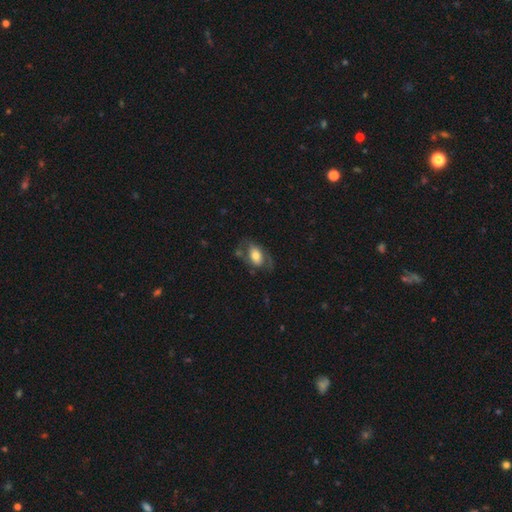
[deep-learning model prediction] A smooth galaxy with no disk features (52%) that is in between round and cigar-shaped (88%). Merging: none (54%).